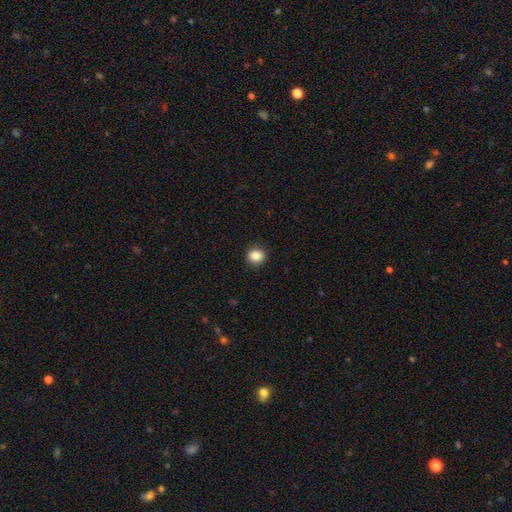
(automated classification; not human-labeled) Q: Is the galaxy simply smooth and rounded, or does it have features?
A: smooth — 86%.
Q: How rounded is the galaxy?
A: round — 81%.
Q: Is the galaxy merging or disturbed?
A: none — 91%.